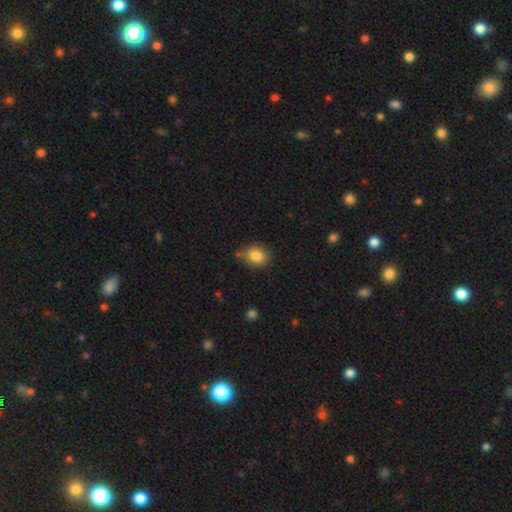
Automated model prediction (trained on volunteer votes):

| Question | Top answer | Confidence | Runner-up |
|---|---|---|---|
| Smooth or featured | smooth | 85% | star or artifact (9%) |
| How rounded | round | 50% | in between (49%) |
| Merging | none | 73% | minor disturbance (18%) |